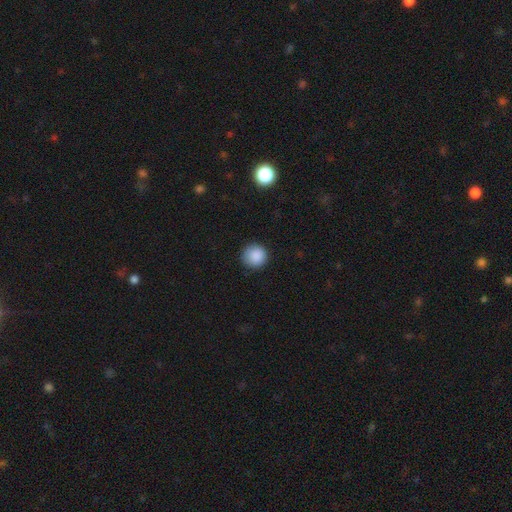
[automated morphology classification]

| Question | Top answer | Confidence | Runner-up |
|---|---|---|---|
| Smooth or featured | smooth | 88% | star or artifact (9%) |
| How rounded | round | 95% | in between (4%) |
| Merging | none | 90% | minor disturbance (7%) |